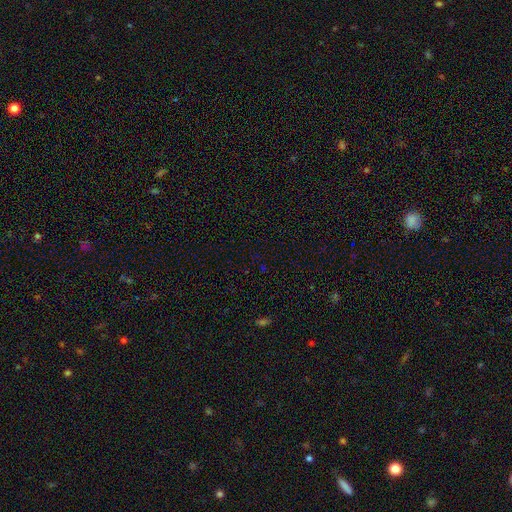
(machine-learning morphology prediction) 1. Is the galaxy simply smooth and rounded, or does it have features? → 65% star or artifact, 28% smooth, 7% featured or disk.